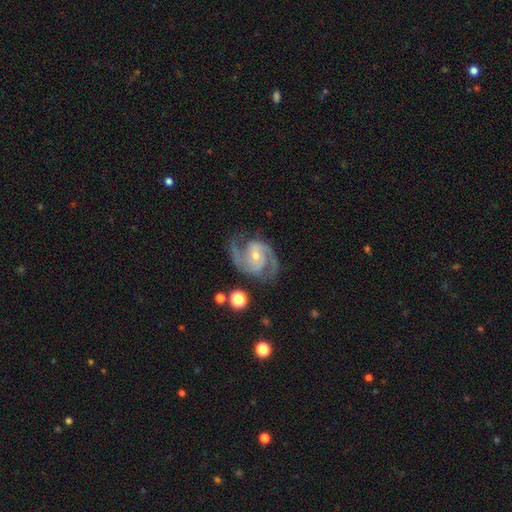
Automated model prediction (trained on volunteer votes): Morphology: type=featured or disk (92%); edge-on=no (98%); bar=no (49%); spiral arms=yes (98%); winding=medium (60%); arm count=2 (89%); bulge=small (64%); merging=none (79%).